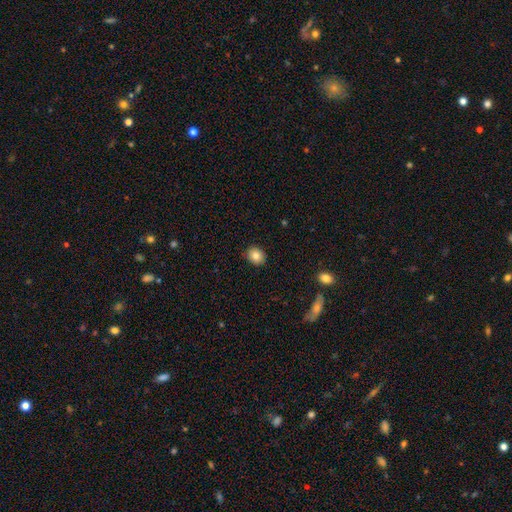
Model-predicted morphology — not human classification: Smooth or featured? smooth (83%)
How rounded? round (60%)
Merging? none (89%)